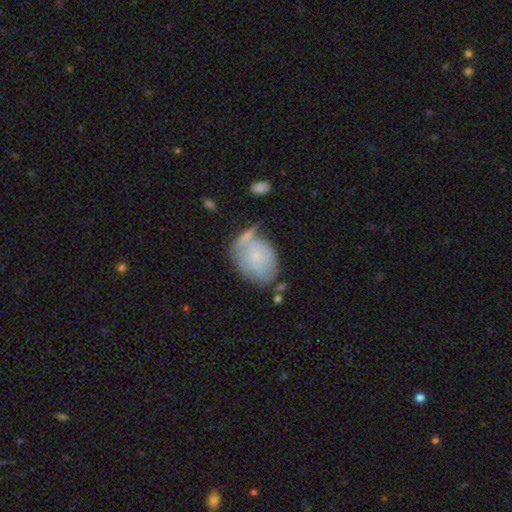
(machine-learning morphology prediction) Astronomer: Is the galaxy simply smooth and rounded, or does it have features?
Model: smooth — 46%, tied with featured or disk at 46%.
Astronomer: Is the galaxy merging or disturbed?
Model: none — 45% (runner-up: minor disturbance, 27%).